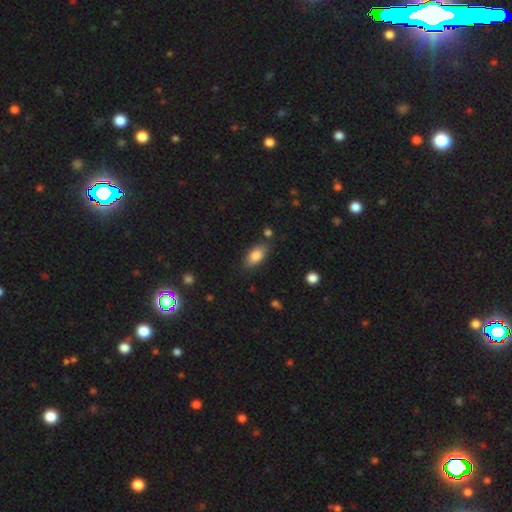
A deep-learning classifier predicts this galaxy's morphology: Q: Smooth or featured?
A: smooth (82%); runner-up: featured or disk (11%)
Q: How rounded?
A: in between (89%); runner-up: cigar-shaped (7%)
Q: Merging?
A: none (79%); runner-up: minor disturbance (15%)